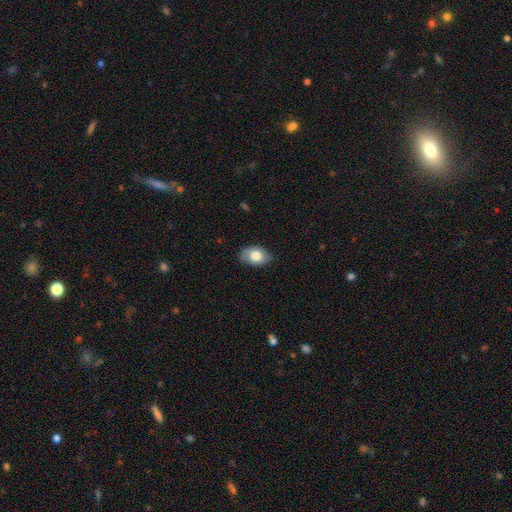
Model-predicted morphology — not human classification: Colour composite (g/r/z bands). It shows a smooth galaxy with no disk features (80%) that is in between round and cigar-shaped (86%). Merging: none (81%).